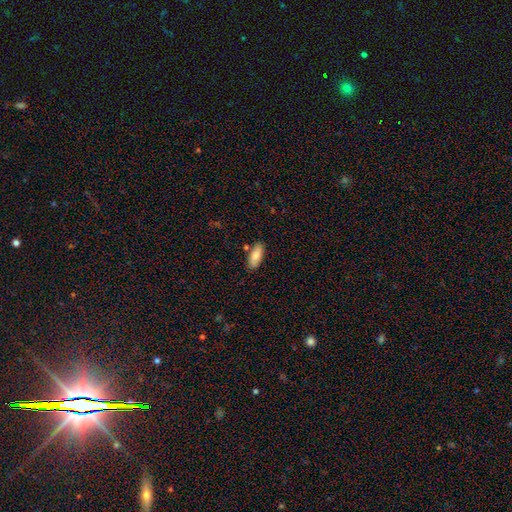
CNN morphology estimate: Smooth or featured? Predicted: smooth (p=0.83). How rounded? Predicted: in between (p=0.83). Merging? Predicted: none (p=0.81).